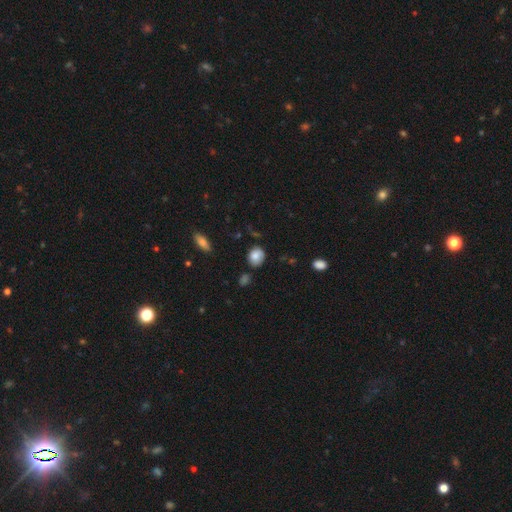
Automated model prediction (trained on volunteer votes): Smooth or featured? Predicted: smooth (p=0.83). How rounded? Predicted: round (p=0.57). Merging? Predicted: none (p=0.74).